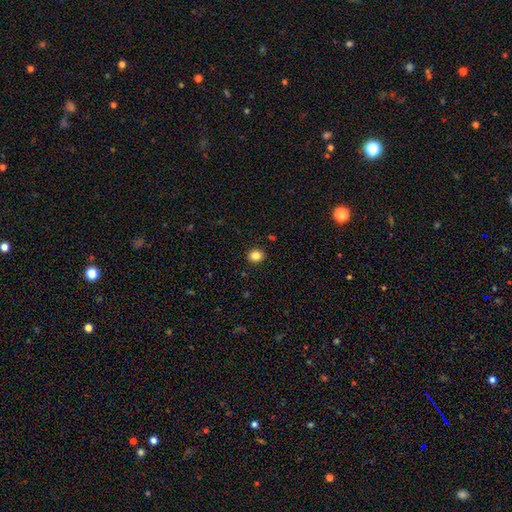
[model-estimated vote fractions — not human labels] Smooth or featured: smooth — 84% (star or artifact — 11%)
How rounded: round — 74% (in between — 25%)
Merging: none — 91% (minor disturbance — 6%)